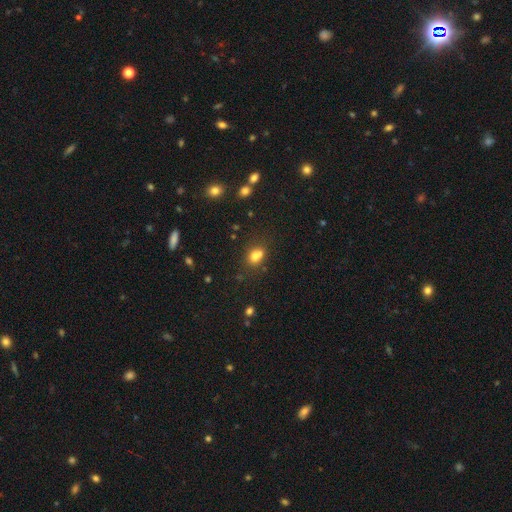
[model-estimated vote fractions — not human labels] Smooth or featured? Predicted: smooth (p=0.74). How rounded? Predicted: in between (p=0.55). Merging? Predicted: none (p=0.47).